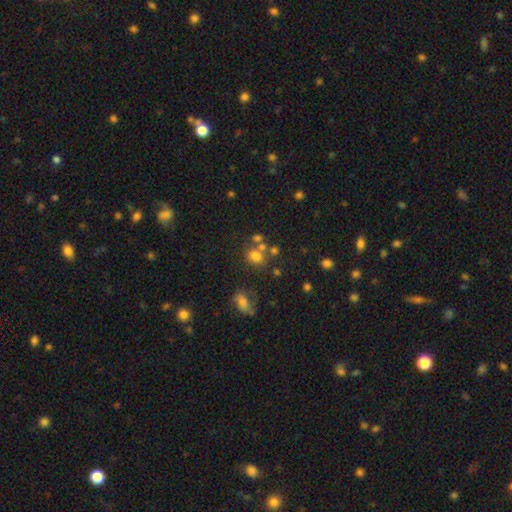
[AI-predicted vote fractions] Smooth or featured: smooth — 71% (star or artifact — 17%)
How rounded: round — 62% (in between — 37%)
Merging: none — 54% (merger — 27%)